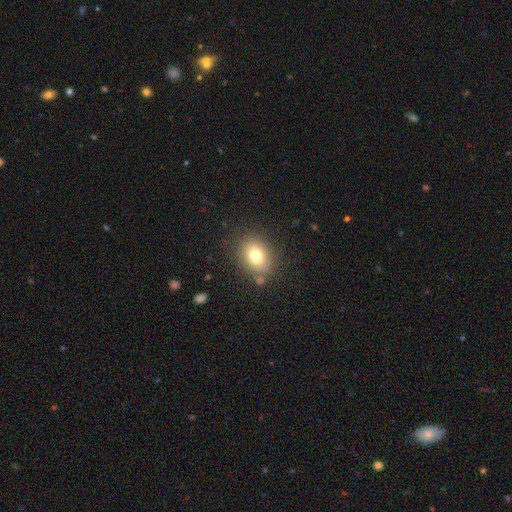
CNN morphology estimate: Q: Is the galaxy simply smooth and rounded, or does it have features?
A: smooth — 75%.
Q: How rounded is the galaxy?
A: in between — 57%.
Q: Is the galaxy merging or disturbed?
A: none — 80%.